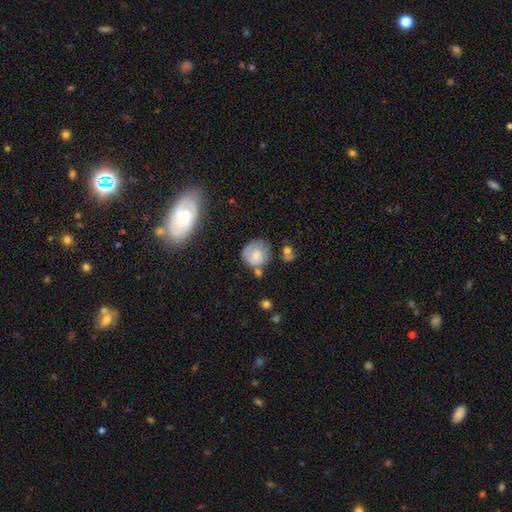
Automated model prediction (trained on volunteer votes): This appears to be a smooth galaxy with no disk features (67%) that is round (82%). Merging: none (51%).